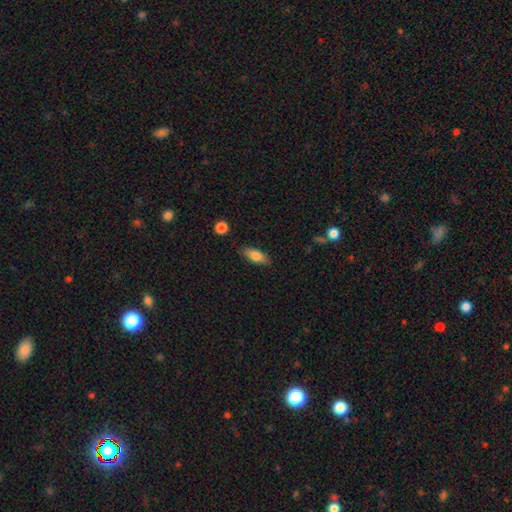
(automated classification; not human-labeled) smooth 77%, featured or disk 16%, star or artifact 7%. Down the decision tree: how rounded — in between (75%); merging — none (84%).